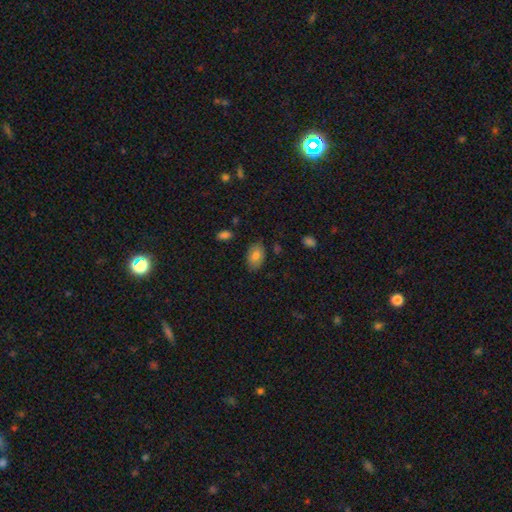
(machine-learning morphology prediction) A smooth galaxy with no disk features (79%) that is in between round and cigar-shaped (89%). Merging: none (82%).